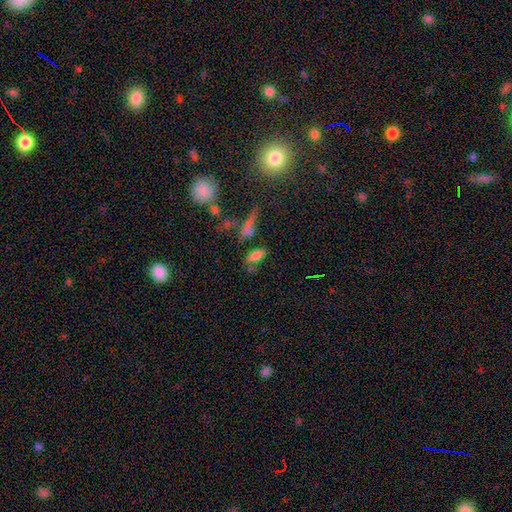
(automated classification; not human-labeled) A smooth galaxy with no disk features (73%) that is in between round and cigar-shaped (86%). Merging: none (50%).